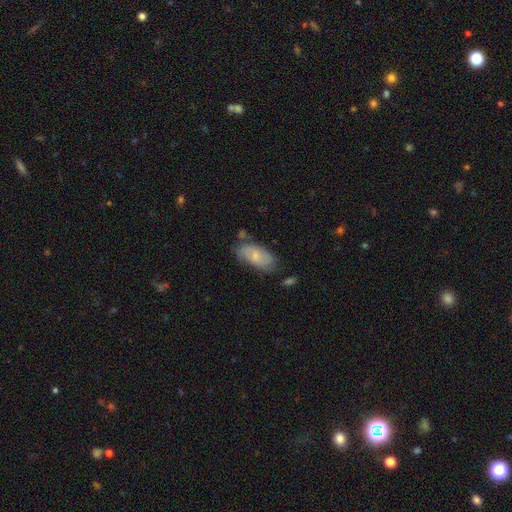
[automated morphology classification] smooth-or-featured: smooth: 60% | featured or disk: 33% | star or artifact: 7%
  how-rounded: in between: 90% | cigar-shaped: 7% | round: 3%
  merging: none: 64% | minor disturbance: 25% | major disturbance: 6% | merger: 5%